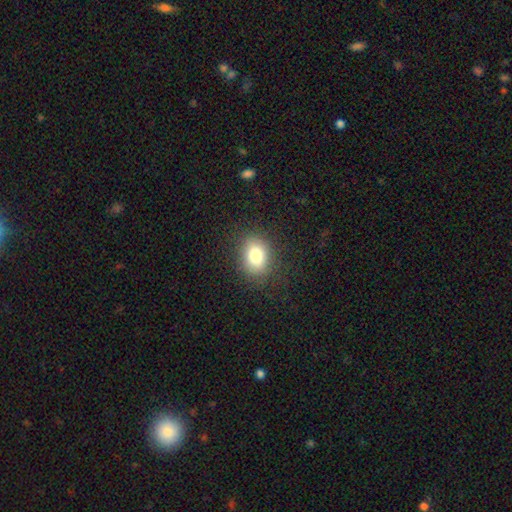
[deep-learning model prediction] smooth_or_featured: smooth (p=0.82) [alt: star or artifact p=0.10]
how_rounded: in between (p=0.62) [alt: round p=0.37]
merging: none (p=0.83) [alt: minor disturbance p=0.11]